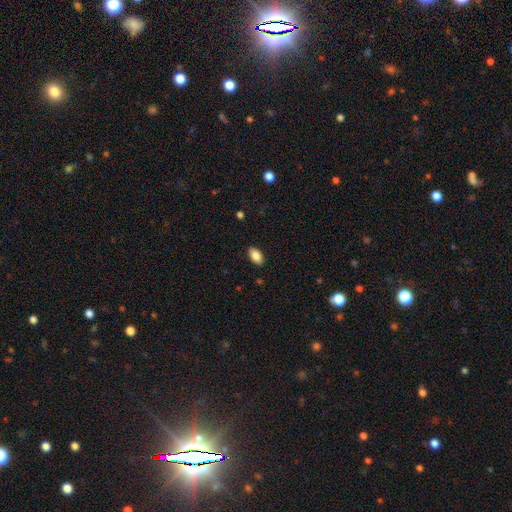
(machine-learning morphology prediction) This is clearly a smooth galaxy (86%). How rounded: clearly in between (93%). Merging: clearly none (88%).